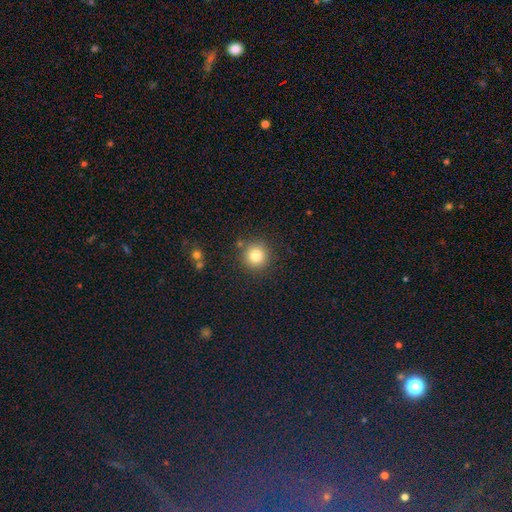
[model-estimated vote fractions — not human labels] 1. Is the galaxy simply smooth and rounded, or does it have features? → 82% smooth, 12% star or artifact, 7% featured or disk.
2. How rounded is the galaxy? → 94% round, 5% in between, 1% cigar-shaped.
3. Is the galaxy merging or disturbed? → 87% none, 7% minor disturbance, 3% merger, 3% major disturbance.